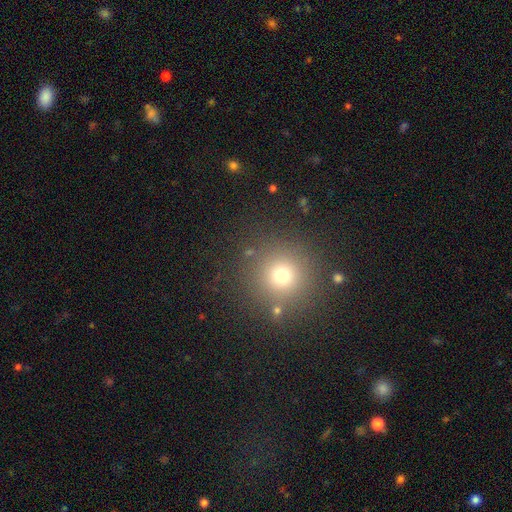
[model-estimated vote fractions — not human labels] A smooth galaxy with no disk features (67%) that is round (95%). Merging: none (87%).